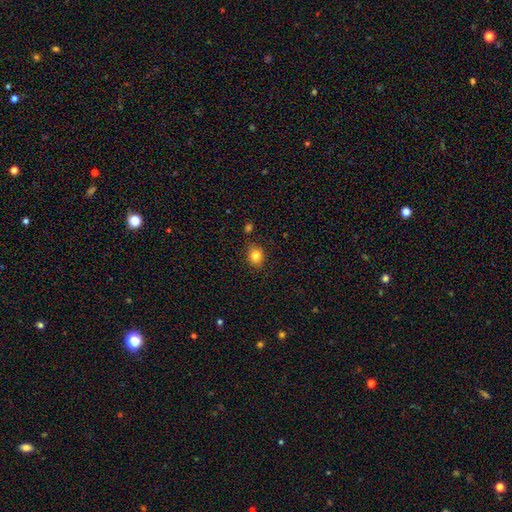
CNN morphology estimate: smooth_or_featured: smooth (p=0.83) [alt: star or artifact p=0.11]
how_rounded: round (p=0.60) [alt: in between p=0.39]
merging: none (p=0.84) [alt: minor disturbance p=0.11]